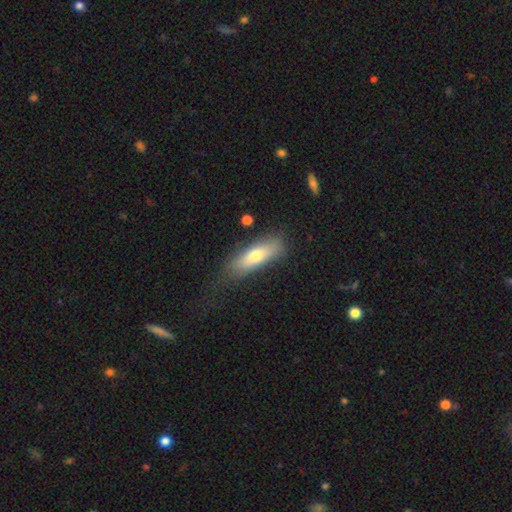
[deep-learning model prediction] Smooth or featured?
  - smooth: 68% *
  - featured or disk: 25%
  - star or artifact: 7%
How rounded?
  - in between: 58% *
  - cigar-shaped: 39%
  - round: 3%
Merging?
  - none: 68% *
  - minor disturbance: 21%
  - major disturbance: 9%
  - merger: 3%